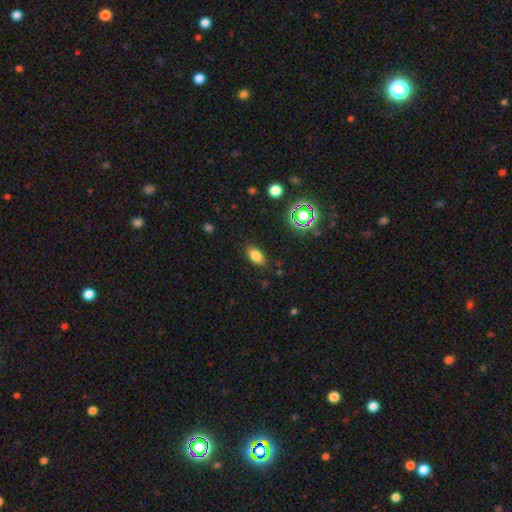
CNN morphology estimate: A smooth galaxy with no disk features (79%) that is in between round and cigar-shaped (87%). Merging: none (85%).